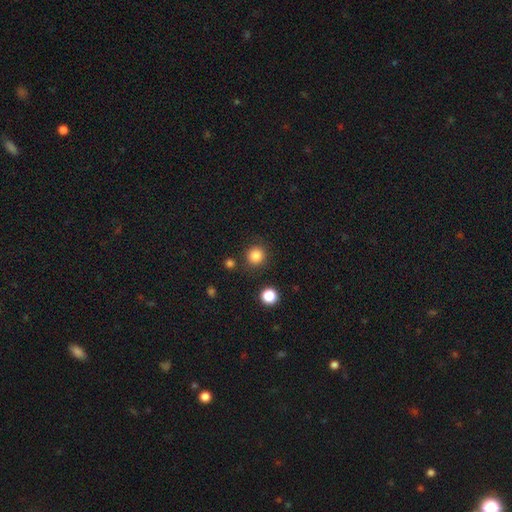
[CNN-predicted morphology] Smooth or featured?
  - smooth: 84% *
  - star or artifact: 12%
  - featured or disk: 4%
How rounded?
  - round: 92% *
  - in between: 7%
  - cigar-shaped: 1%
Merging?
  - none: 87% *
  - minor disturbance: 7%
  - merger: 3%
  - major disturbance: 3%